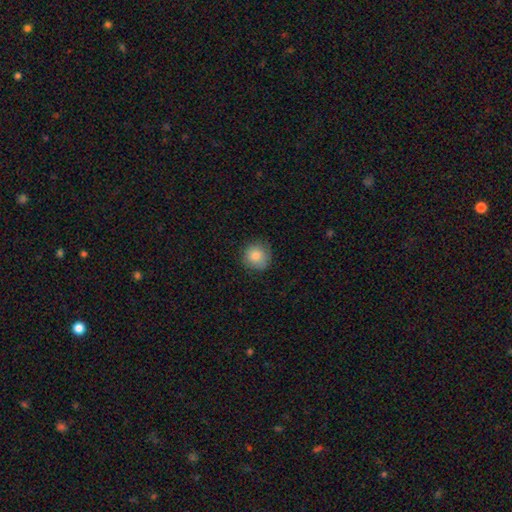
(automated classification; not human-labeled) A smooth galaxy with no disk features (83%) that is round (92%). Merging: none (82%).